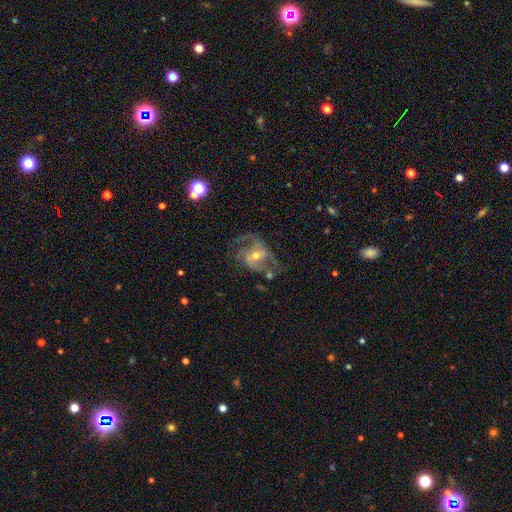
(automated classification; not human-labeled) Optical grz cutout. It shows a featured or disk galaxy (81%) with a weak bar (44%), 2 (71%) medium (45%) spiral arms (90%) and a moderate central bulge (58%). Merging: none (48%).